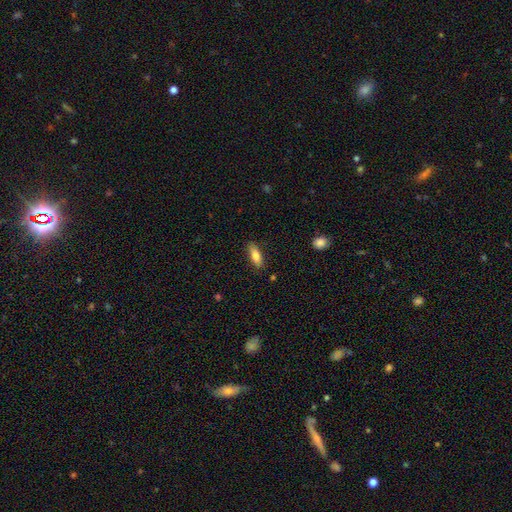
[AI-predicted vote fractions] Smooth or featured: smooth — 82% (featured or disk — 12%)
How rounded: in between — 68% (cigar-shaped — 30%)
Merging: none — 84% (minor disturbance — 12%)